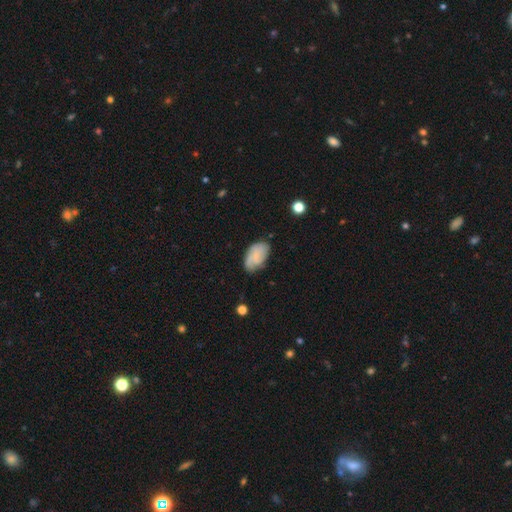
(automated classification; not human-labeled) Smooth or featured?
  - smooth: 50% *
  - featured or disk: 42%
  - star or artifact: 7%
How rounded?
  - in between: 91% *
  - round: 7%
  - cigar-shaped: 2%
Merging?
  - none: 61% *
  - minor disturbance: 28%
  - major disturbance: 8%
  - merger: 2%